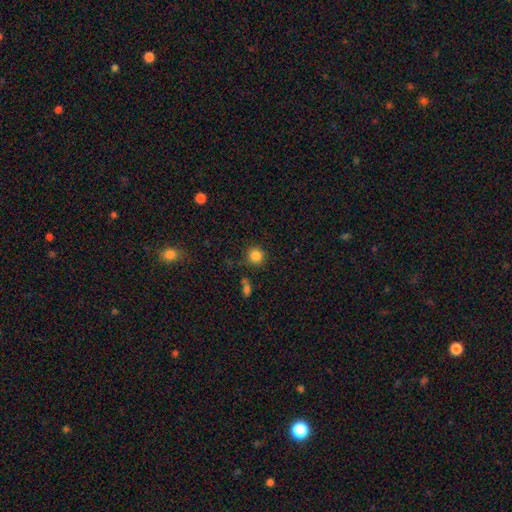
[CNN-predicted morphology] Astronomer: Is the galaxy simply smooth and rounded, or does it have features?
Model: smooth — 85%.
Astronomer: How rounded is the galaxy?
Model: round — 93%.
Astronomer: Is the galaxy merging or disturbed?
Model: none — 83%.